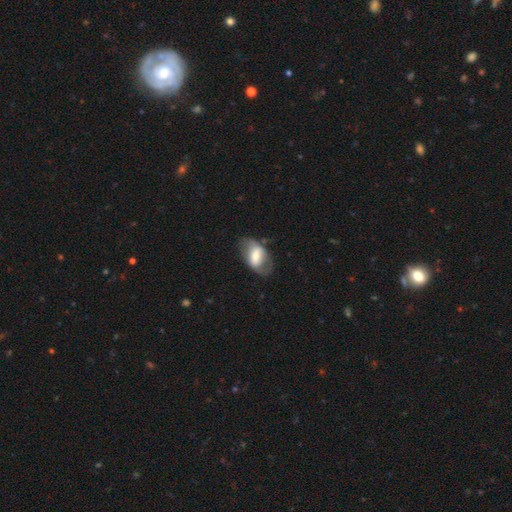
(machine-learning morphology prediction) Smooth or featured?
  - smooth: 50% *
  - featured or disk: 43%
  - star or artifact: 7%
Merging?
  - none: 60% *
  - minor disturbance: 23%
  - major disturbance: 14%
  - merger: 3%